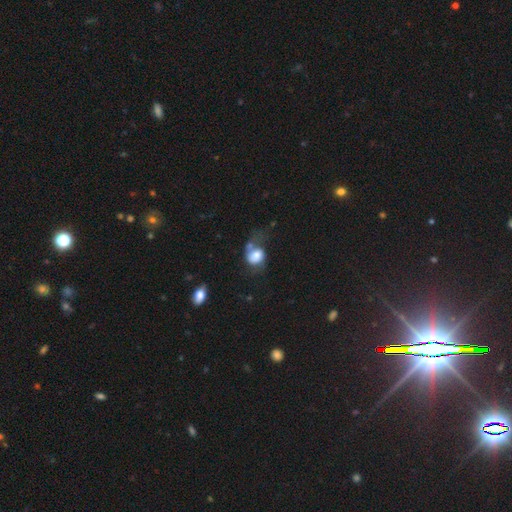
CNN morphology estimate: smooth-or-featured: smooth: 64% | featured or disk: 27% | star or artifact: 9%
  how-rounded: round: 51% | in between: 47% | cigar-shaped: 1%
  merging: major disturbance: 38% | none: 24% | minor disturbance: 21% | merger: 17%